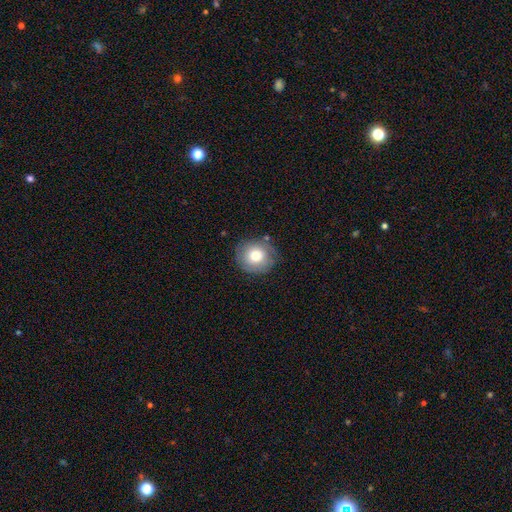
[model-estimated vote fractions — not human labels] This appears to be a smooth galaxy with no disk features (73%) that is round (85%). Merging: none (78%).